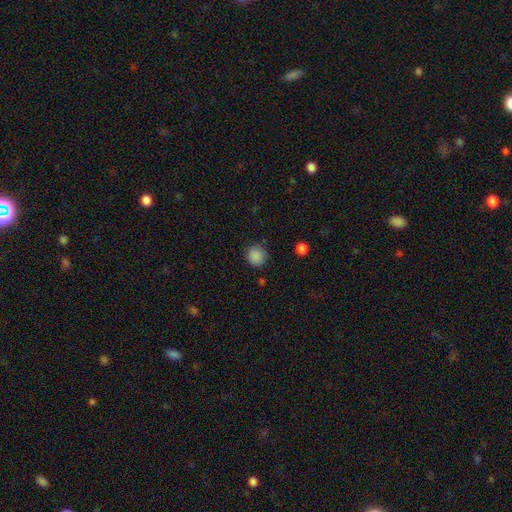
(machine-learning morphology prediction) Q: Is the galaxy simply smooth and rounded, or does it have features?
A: smooth — 87%.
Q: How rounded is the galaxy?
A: round — 88%.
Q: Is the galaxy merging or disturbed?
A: none — 83%.